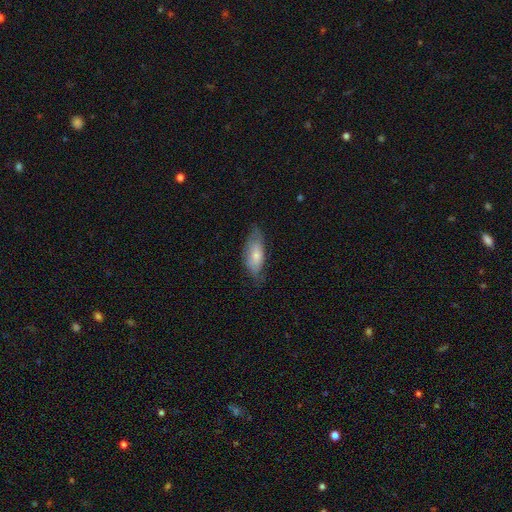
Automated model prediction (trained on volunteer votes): Smooth or featured: smooth — 68% (featured or disk — 27%)
How rounded: in between — 80% (cigar-shaped — 17%)
Merging: none — 63% (minor disturbance — 28%)